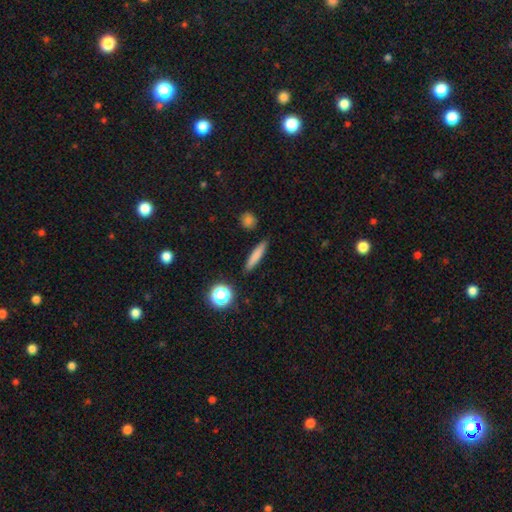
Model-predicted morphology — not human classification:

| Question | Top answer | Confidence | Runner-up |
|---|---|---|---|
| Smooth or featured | smooth | 79% | featured or disk (12%) |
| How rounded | cigar-shaped | 85% | in between (12%) |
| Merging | none | 89% | minor disturbance (7%) |